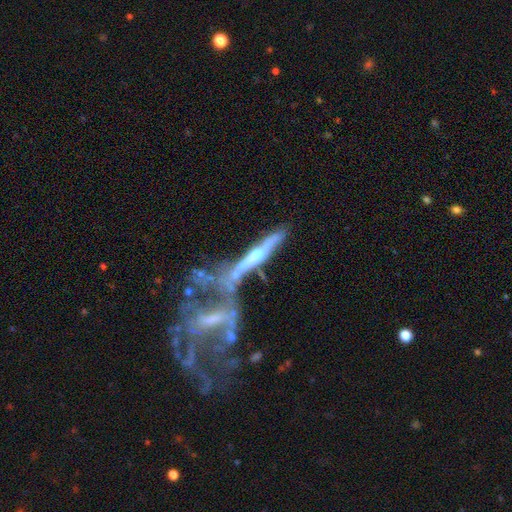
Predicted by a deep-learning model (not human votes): This appears to be a featured or disk galaxy (74%) viewed edge-on (70%) with a rounded central bulge (72%). Merging: merger (40%).